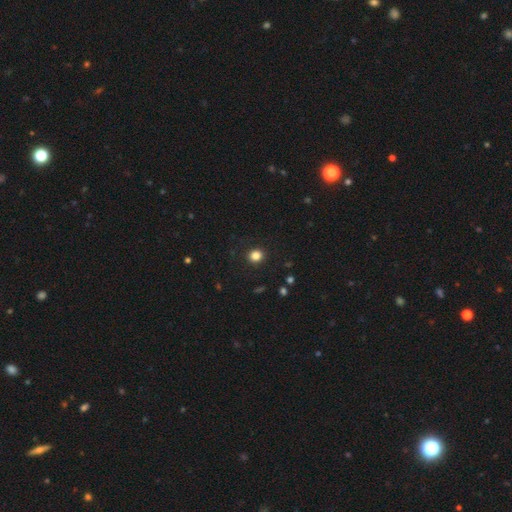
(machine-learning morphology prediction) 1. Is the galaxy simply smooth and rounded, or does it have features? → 84% smooth, 12% star or artifact, 4% featured or disk.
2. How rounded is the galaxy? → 84% round, 15% in between, 1% cigar-shaped.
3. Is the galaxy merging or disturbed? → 91% none, 6% minor disturbance, 2% major disturbance, 1% merger.